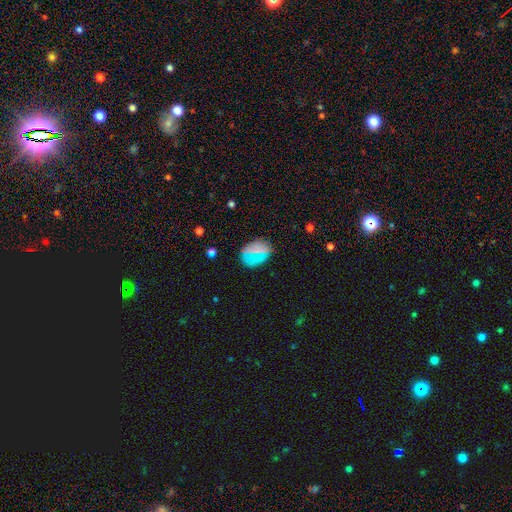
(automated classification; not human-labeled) Morphology: type=smooth (61%); roundness=in between (65%); merging=none (76%).